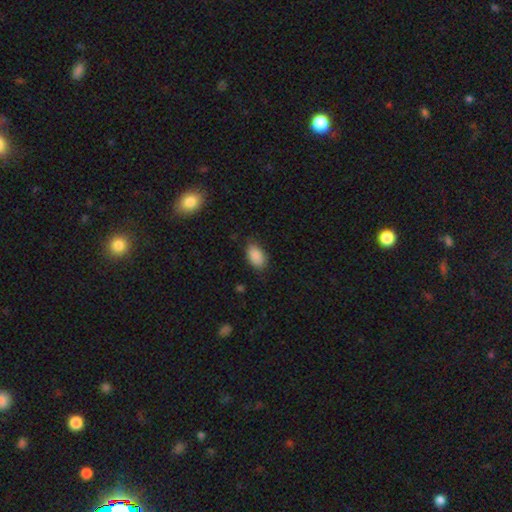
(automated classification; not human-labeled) Q: Smooth or featured?
A: smooth (89%); runner-up: star or artifact (7%)
Q: How rounded?
A: in between (92%); runner-up: round (6%)
Q: Merging?
A: none (81%); runner-up: minor disturbance (15%)